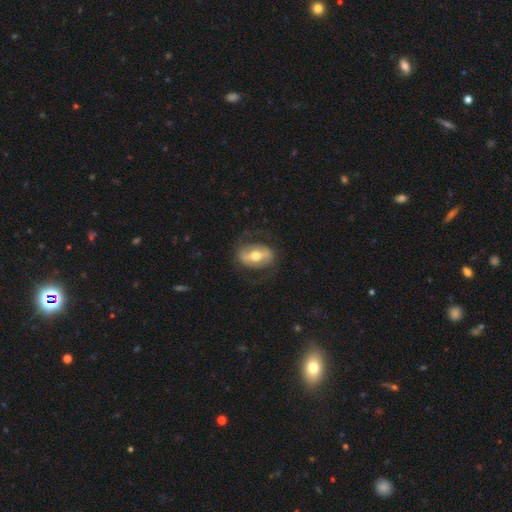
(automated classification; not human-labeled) This appears to be a featured or disk galaxy (65%) with a strong bar (58%), no spiral arms (55%) and a moderate central bulge (71%). Merging: none (74%).